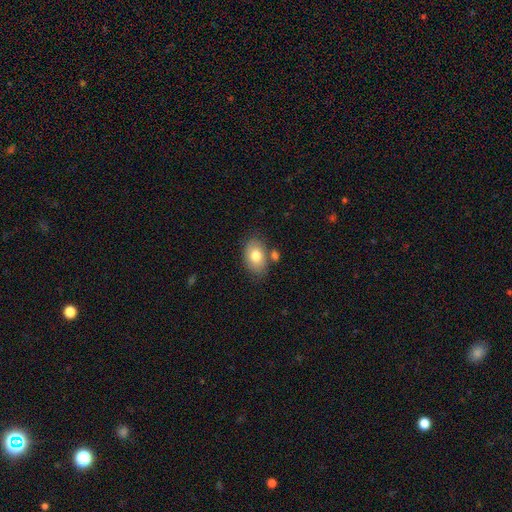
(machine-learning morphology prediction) smooth_or_featured: smooth (p=0.77) [alt: featured or disk p=0.15]
how_rounded: in between (p=0.86) [alt: round p=0.13]
merging: none (p=0.71) [alt: minor disturbance p=0.14]